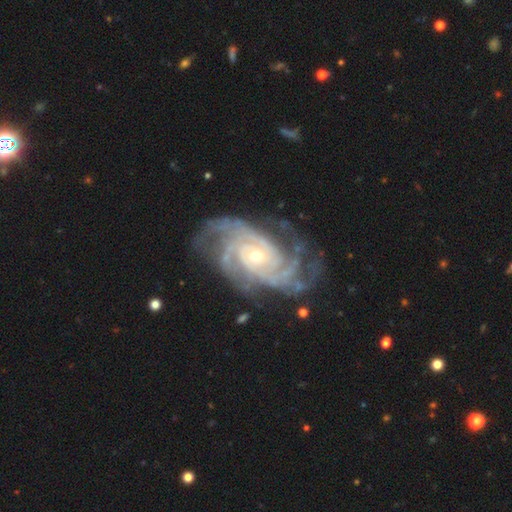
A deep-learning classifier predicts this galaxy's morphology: Smooth or featured? Predicted: featured or disk (p=0.93). Edge-on disk? Predicted: no (p=0.97). Bar? Predicted: no (p=0.67). Spiral arms? Predicted: yes (p=0.98). Spiral winding? Predicted: tight (p=0.66). Spiral arm count? Predicted: 4 (p=0.26). Bulge size? Predicted: small (p=0.62). Merging? Predicted: none (p=0.70).